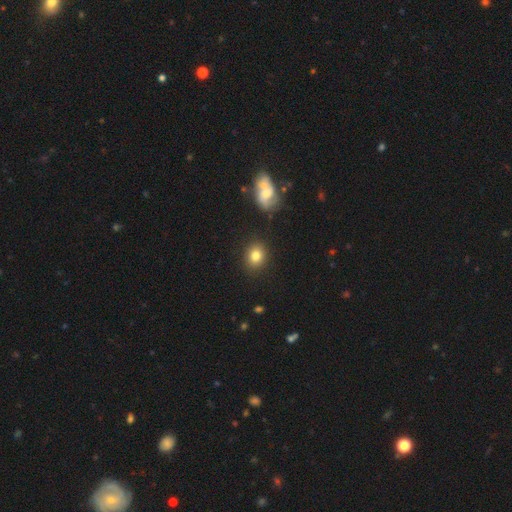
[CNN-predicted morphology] smooth-or-featured: smooth: 82% | star or artifact: 10% | featured or disk: 8%
  how-rounded: round: 62% | in between: 37% | cigar-shaped: 1%
  merging: none: 86% | minor disturbance: 8% | merger: 3% | major disturbance: 3%